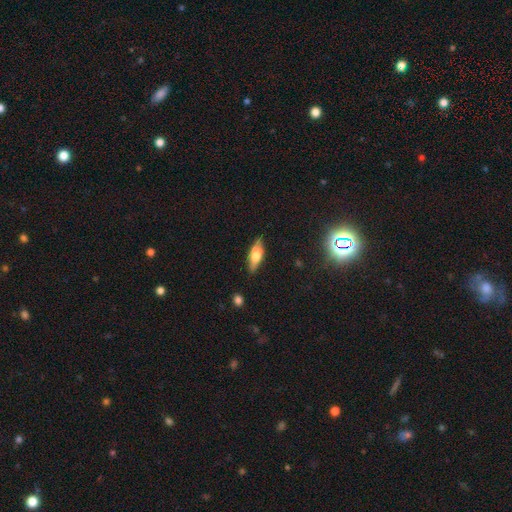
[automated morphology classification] Smooth or featured?
  - smooth: 54% *
  - featured or disk: 39%
  - star or artifact: 7%
How rounded?
  - in between: 61% *
  - cigar-shaped: 36%
  - round: 3%
Merging?
  - none: 82% *
  - minor disturbance: 14%
  - major disturbance: 3%
  - merger: 1%